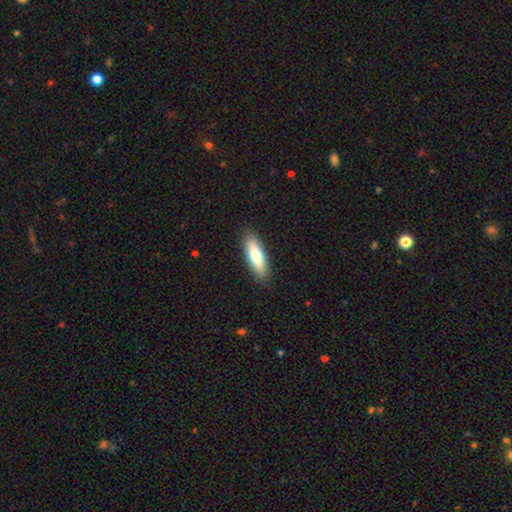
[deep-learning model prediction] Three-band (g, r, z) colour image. It shows a smooth galaxy with no disk features (70%) that is in between round and cigar-shaped (50%). Merging: none (89%).